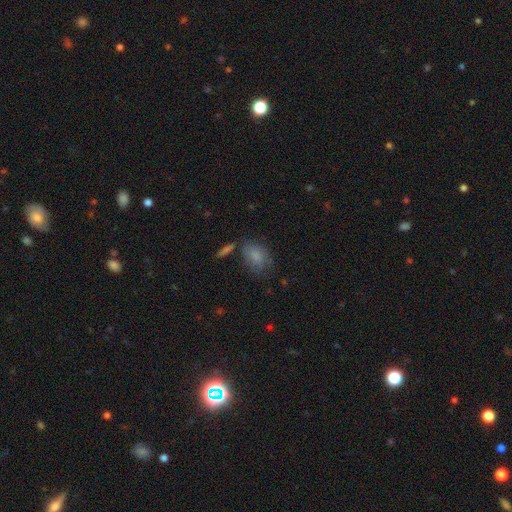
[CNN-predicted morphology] A smooth galaxy with no disk features (78%) that is in between round and cigar-shaped (80%). Merging: none (60%).